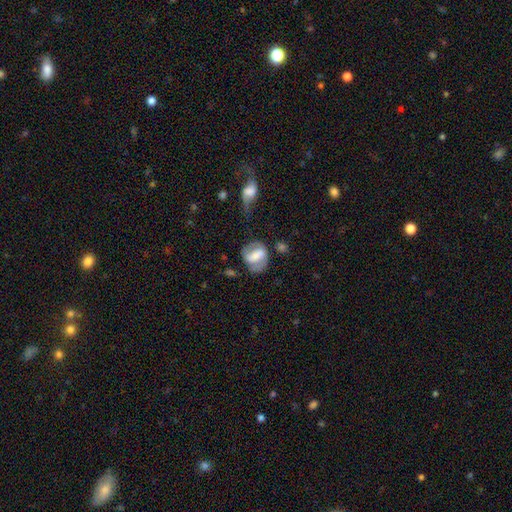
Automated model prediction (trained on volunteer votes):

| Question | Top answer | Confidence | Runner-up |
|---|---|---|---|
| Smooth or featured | featured or disk | 60% | smooth (33%) |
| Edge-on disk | no | 95% | yes (5%) |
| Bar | strong | 48% | weak (34%) |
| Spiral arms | yes | 71% | no (29%) |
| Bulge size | moderate | 41% | small (32%) |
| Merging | none | 55% | minor disturbance (24%) |